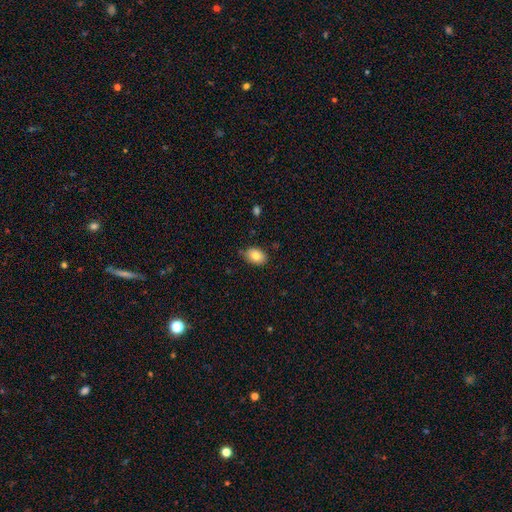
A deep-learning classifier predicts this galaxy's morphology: smooth_or_featured: smooth (p=0.82) [alt: featured or disk p=0.10]
how_rounded: in between (p=0.82) [alt: round p=0.17]
merging: none (p=0.78) [alt: minor disturbance p=0.18]